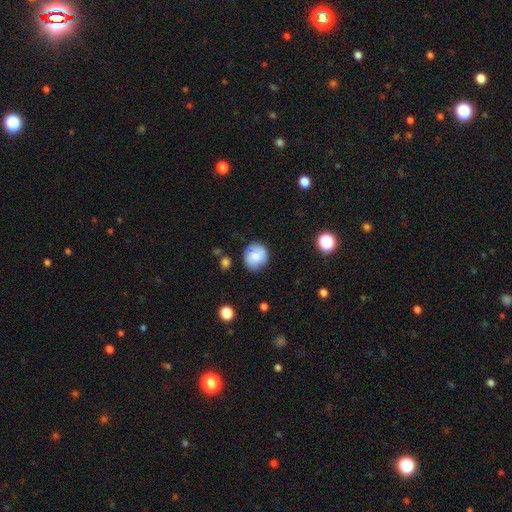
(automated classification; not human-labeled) Q: Smooth or featured?
A: smooth (80%); runner-up: featured or disk (12%)
Q: How rounded?
A: round (79%); runner-up: in between (20%)
Q: Merging?
A: none (77%); runner-up: minor disturbance (17%)